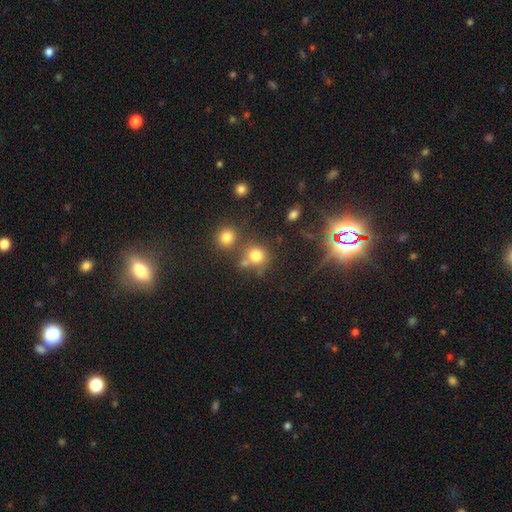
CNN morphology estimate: A smooth galaxy with no disk features (73%) that is round (83%). Merging: none (56%).